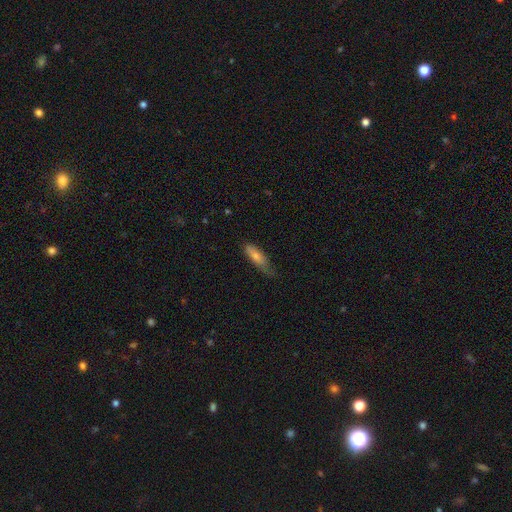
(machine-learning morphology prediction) type=smooth (64%); roundness=cigar-shaped (58%); merging=none (56%).